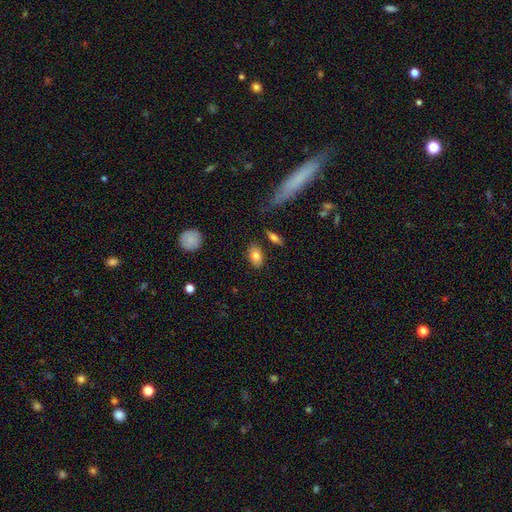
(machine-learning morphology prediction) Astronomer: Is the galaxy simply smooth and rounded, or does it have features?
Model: smooth — 81%.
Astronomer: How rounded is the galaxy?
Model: in between — 89%.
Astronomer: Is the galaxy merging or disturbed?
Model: none — 82%.